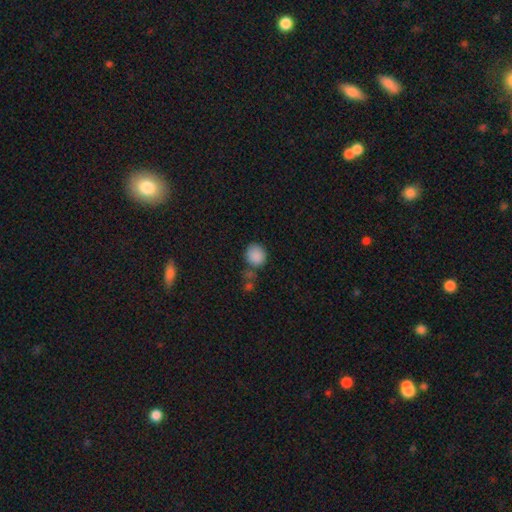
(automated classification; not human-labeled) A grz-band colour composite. It shows a smooth galaxy with no disk features (87%) that is round (79%). Merging: none (64%).